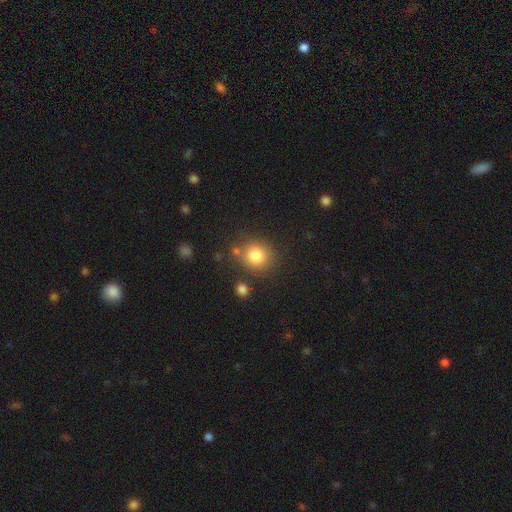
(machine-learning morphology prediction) The model was most divided on "merging": none: 76%, minor disturbance: 11%, merger: 9%, major disturbance: 4%. More confident: how rounded — round (85%); smooth or featured — smooth (81%).